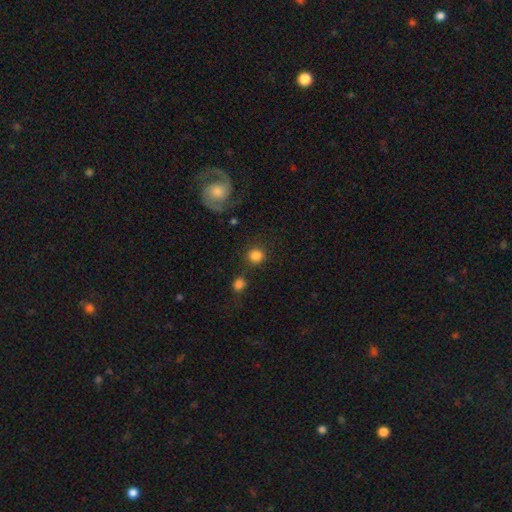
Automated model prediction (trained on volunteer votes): This is clearly a smooth galaxy (83%). How rounded: clearly round (89%). Merging: likely none (76%).